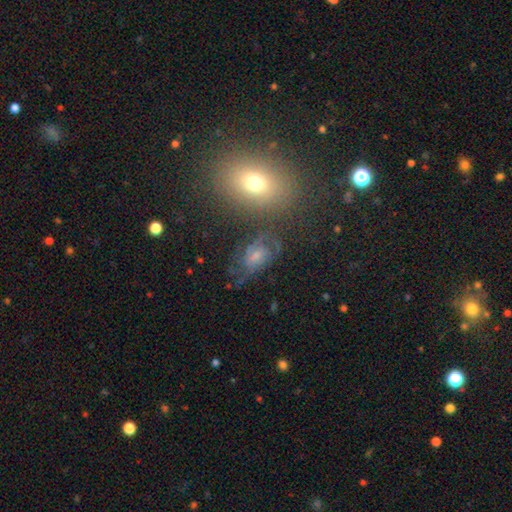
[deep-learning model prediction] Morphology: type=featured or disk (56%); edge-on=no (95%); bar=no (51%); spiral arms=yes (81%); bulge=small (45%); merging=none (55%).